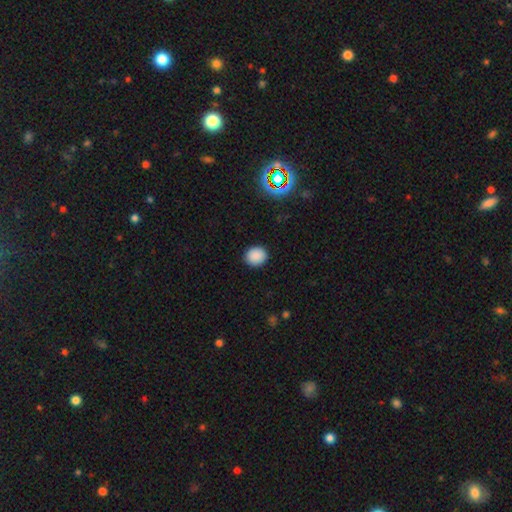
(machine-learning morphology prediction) A smooth galaxy with no disk features (87%) that is round (86%). Merging: none (91%).